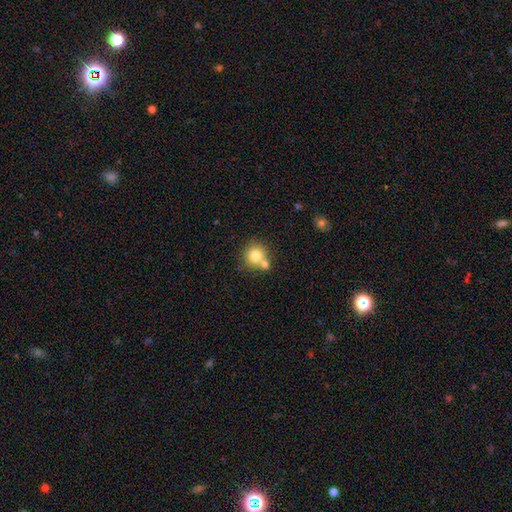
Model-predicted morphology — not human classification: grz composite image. It shows a smooth galaxy with no disk features (77%) that is round (88%). Merging: none (55%).